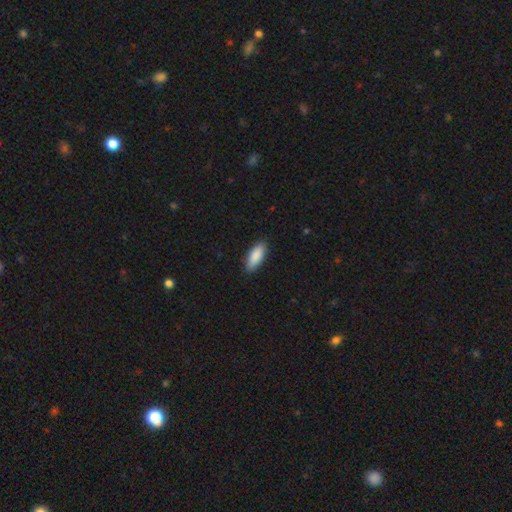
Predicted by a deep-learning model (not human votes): A smooth galaxy with no disk features (89%) that is in between round and cigar-shaped (78%). Merging: none (87%).